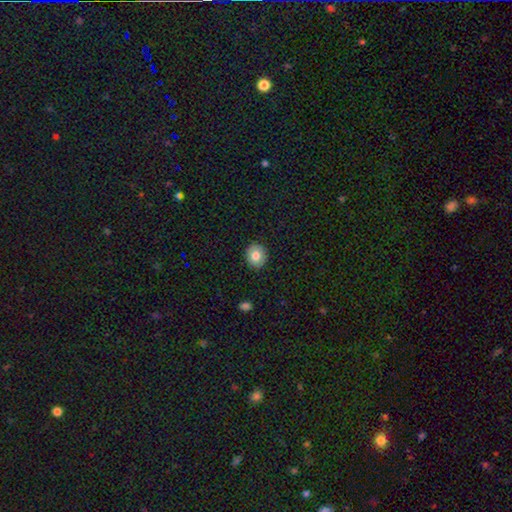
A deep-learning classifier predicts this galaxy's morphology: Smooth or featured? smooth (79%)
How rounded? round (76%)
Merging? none (90%)